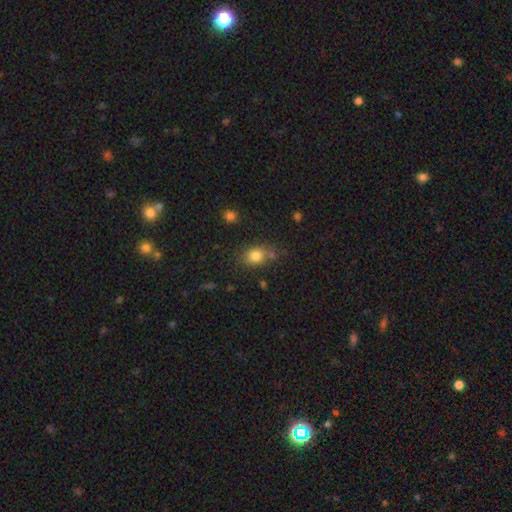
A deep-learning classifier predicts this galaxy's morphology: Overall: smooth (81%). How rounded: round (51%; in between 47%). Merging: none (66%).